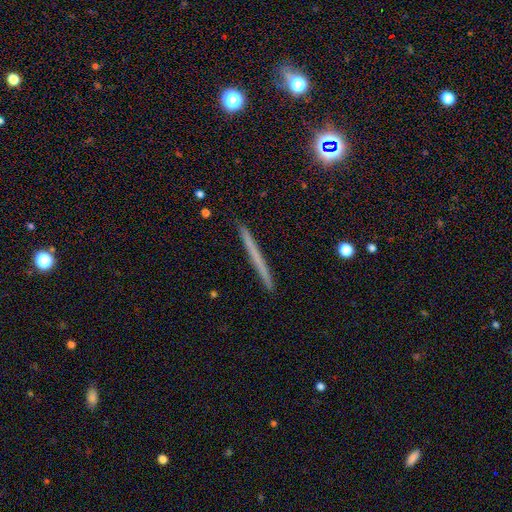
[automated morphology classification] A smooth galaxy with no disk features (49%).

Vote fractions:
- Smooth or featured? smooth: 49% / featured or disk: 41% / star or artifact: 10%
- Merging? none: 92% / minor disturbance: 6% / major disturbance: 1% / merger: 1%